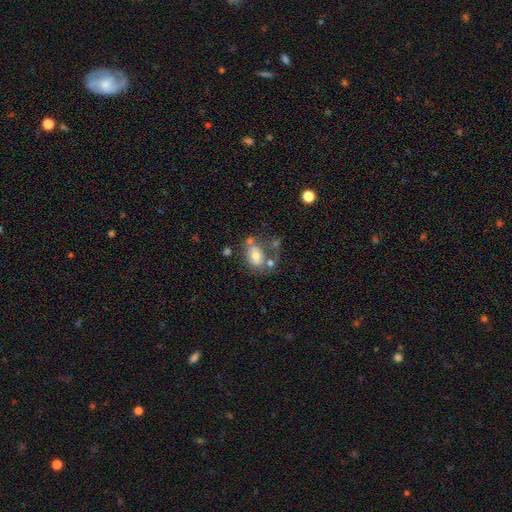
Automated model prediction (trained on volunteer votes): Morphology: type=smooth (61%); roundness=in between (66%); merging=none (43%).